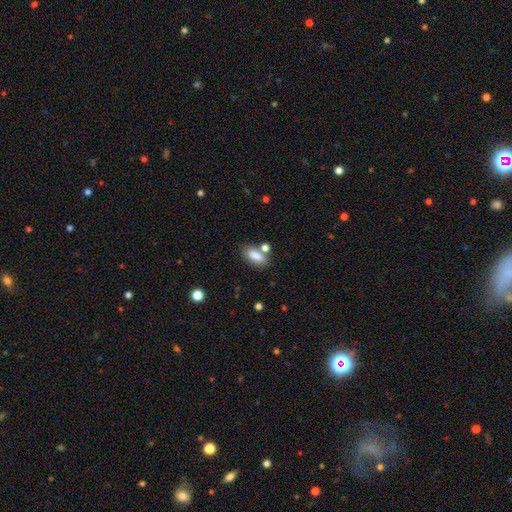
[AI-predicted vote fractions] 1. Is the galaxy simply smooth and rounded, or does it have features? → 83% smooth, 8% star or artifact, 8% featured or disk.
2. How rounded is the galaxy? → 81% in between, 14% cigar-shaped, 5% round.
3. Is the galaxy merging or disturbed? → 63% none, 19% merger, 13% minor disturbance, 4% major disturbance.